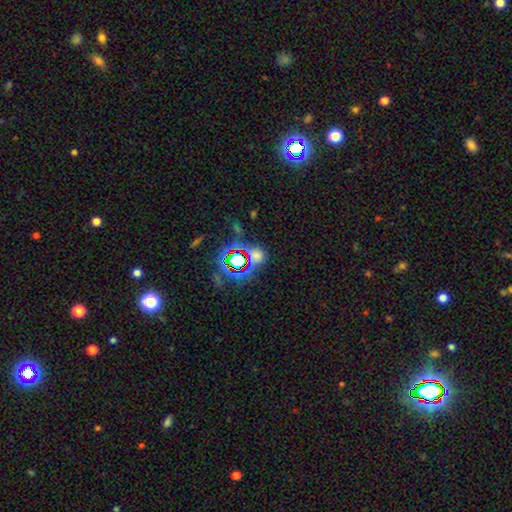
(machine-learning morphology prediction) The model was most divided on "smooth or featured": star or artifact: 53%, smooth: 38%, featured or disk: 9%.